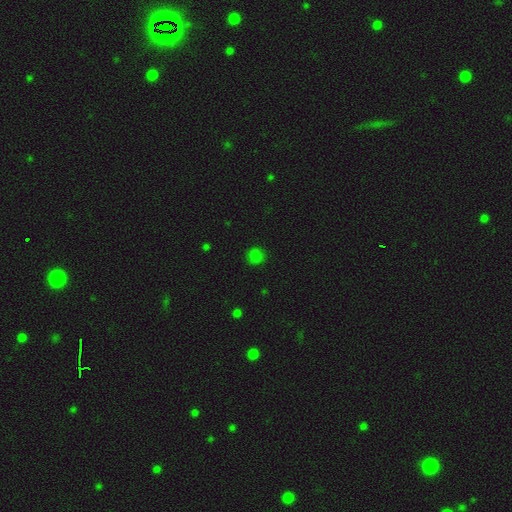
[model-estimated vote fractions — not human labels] This is likely a smooth galaxy (77%). How rounded: clearly round (86%). Merging: clearly none (85%).